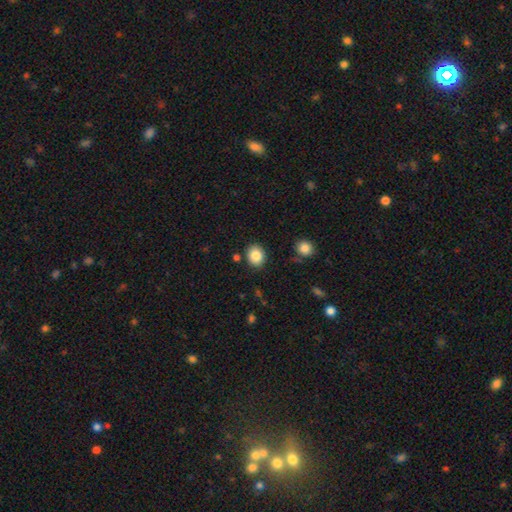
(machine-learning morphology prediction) smooth 85%, star or artifact 9%, featured or disk 6%. Down the decision tree: how rounded — round (59%); merging — none (86%).